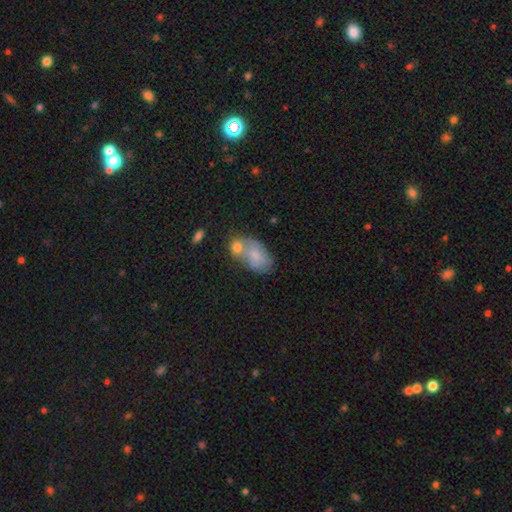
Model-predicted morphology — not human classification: Q: Smooth or featured?
A: smooth (73%); runner-up: featured or disk (20%)
Q: How rounded?
A: in between (90%); runner-up: round (8%)
Q: Merging?
A: merger (45%); runner-up: none (31%)